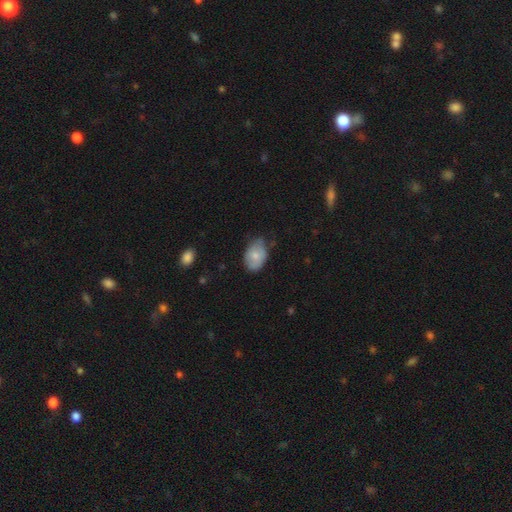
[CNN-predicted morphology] The model was most divided on "merging": none: 54%, minor disturbance: 37%, major disturbance: 8%, merger: 2%. More confident: how rounded — in between (84%); smooth or featured — smooth (74%).